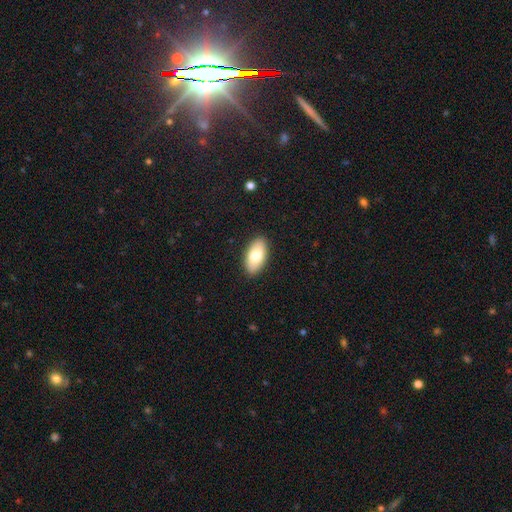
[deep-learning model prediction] A smooth galaxy with no disk features (79%) that is in between round and cigar-shaped (93%).

Vote fractions:
- Smooth or featured? smooth: 79% / featured or disk: 15% / star or artifact: 6%
- How rounded? in between: 93% / cigar-shaped: 4% / round: 3%
- Merging? none: 89% / minor disturbance: 8% / major disturbance: 2% / merger: 1%